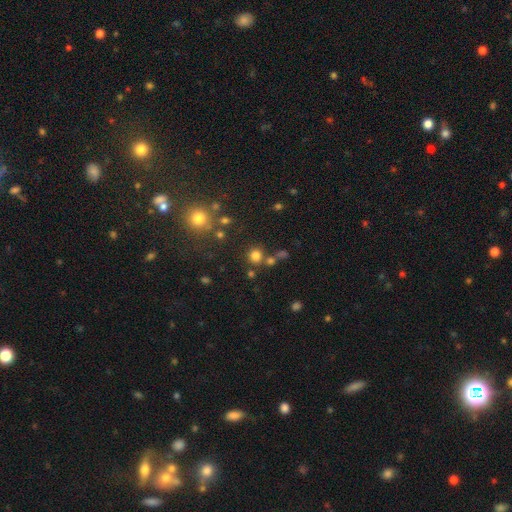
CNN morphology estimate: Smooth or featured?
  - smooth: 76% *
  - star or artifact: 18%
  - featured or disk: 6%
How rounded?
  - round: 91% *
  - in between: 8%
  - cigar-shaped: 1%
Merging?
  - none: 77% *
  - merger: 11%
  - minor disturbance: 8%
  - major disturbance: 4%